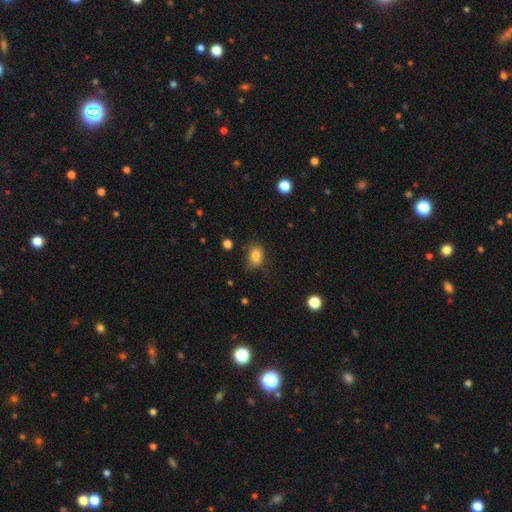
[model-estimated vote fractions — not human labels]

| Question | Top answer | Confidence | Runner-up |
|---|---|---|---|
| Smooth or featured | smooth | 84% | star or artifact (10%) |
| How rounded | in between | 76% | round (23%) |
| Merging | none | 70% | minor disturbance (21%) |